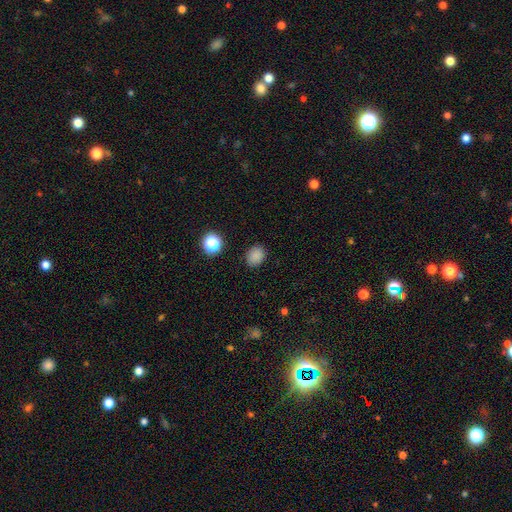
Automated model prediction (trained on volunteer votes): A smooth galaxy with no disk features (83%) that is round (55%).

Vote fractions:
- Smooth or featured? smooth: 83% / star or artifact: 13% / featured or disk: 4%
- How rounded? round: 55% / in between: 44% / cigar-shaped: 1%
- Merging? none: 86% / minor disturbance: 10% / major disturbance: 3% / merger: 2%